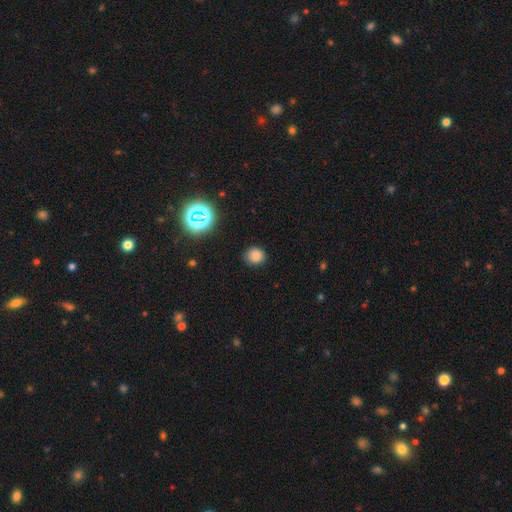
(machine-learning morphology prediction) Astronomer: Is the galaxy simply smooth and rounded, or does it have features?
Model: smooth — 79%.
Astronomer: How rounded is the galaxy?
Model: round — 79%.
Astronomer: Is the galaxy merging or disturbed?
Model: none — 84%.